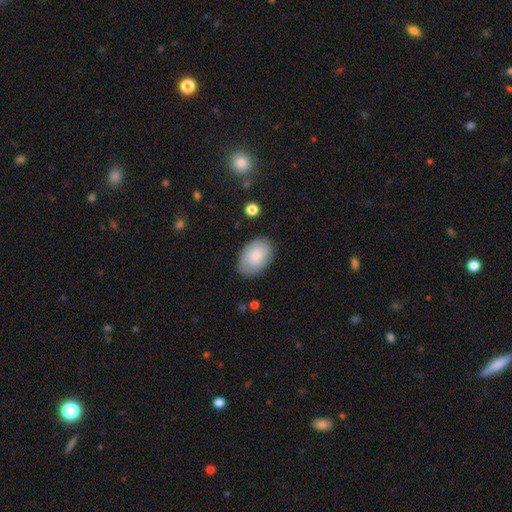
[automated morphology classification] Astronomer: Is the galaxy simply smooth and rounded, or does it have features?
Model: smooth — 83%.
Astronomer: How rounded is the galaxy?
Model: in between — 88%.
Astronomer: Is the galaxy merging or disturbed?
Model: none — 80%.